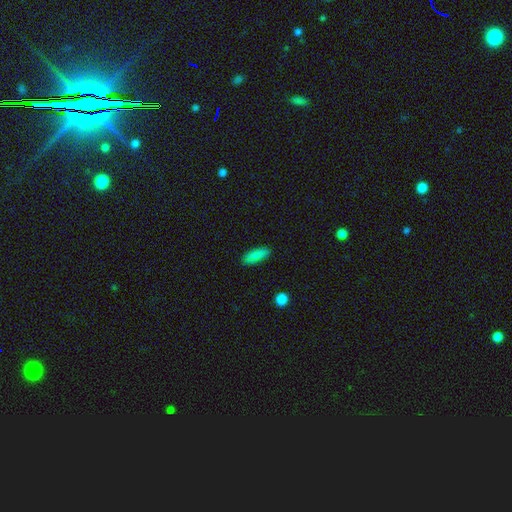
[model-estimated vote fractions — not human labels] This is clearly a smooth galaxy (84%). How rounded: likely in between (63%). Merging: clearly none (84%).